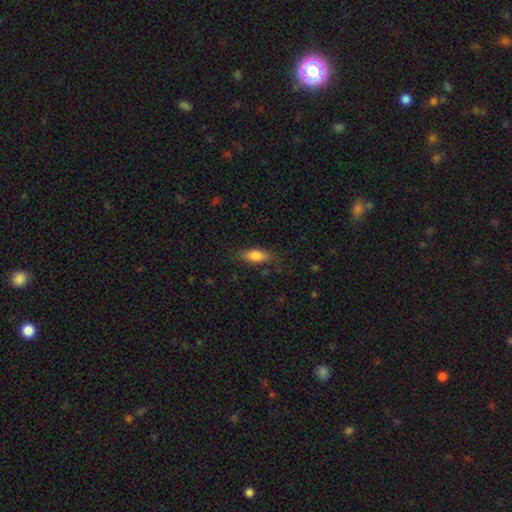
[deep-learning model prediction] This appears to be a smooth galaxy with no disk features (76%) that is in between round and cigar-shaped (70%). Merging: none (73%).